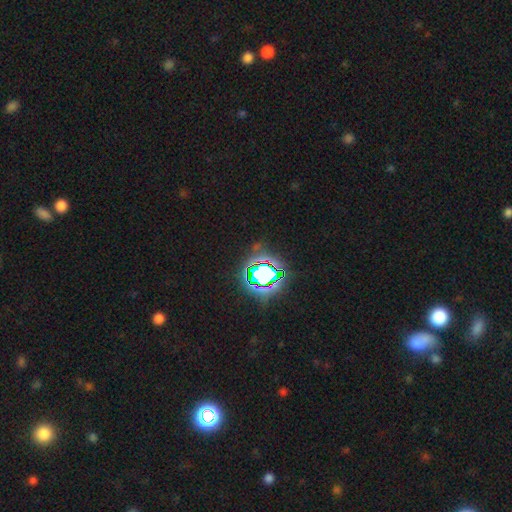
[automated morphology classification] star or artifact 81%, smooth 12%, featured or disk 7%.